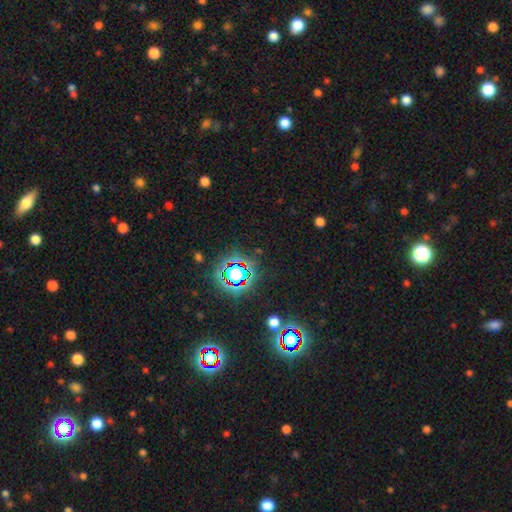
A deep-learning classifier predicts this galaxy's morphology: smooth-or-featured: star or artifact: 78% | smooth: 13% | featured or disk: 8%